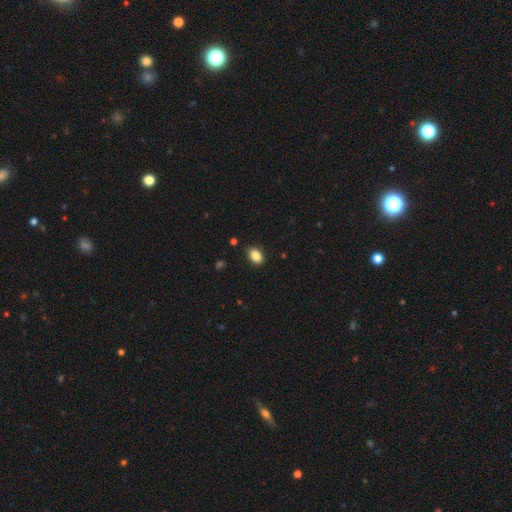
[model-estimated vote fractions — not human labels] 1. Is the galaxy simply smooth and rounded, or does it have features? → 85% smooth, 9% star or artifact, 6% featured or disk.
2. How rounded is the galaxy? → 81% in between, 18% round, 1% cigar-shaped.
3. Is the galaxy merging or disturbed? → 88% none, 9% minor disturbance, 2% major disturbance, 1% merger.